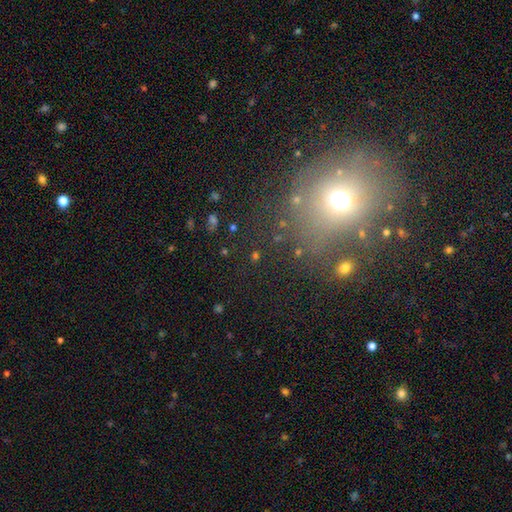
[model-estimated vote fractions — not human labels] Q: Smooth or featured?
A: star or artifact (43%); runner-up: smooth (42%)